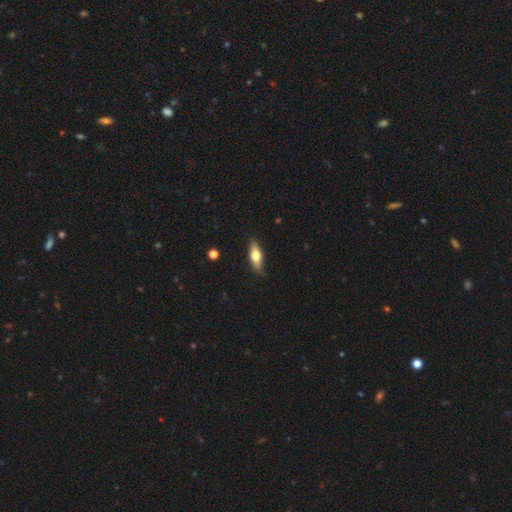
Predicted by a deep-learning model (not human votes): Smooth or featured? Predicted: smooth (p=0.60). How rounded? Predicted: in between (p=0.58). Merging? Predicted: none (p=0.85).